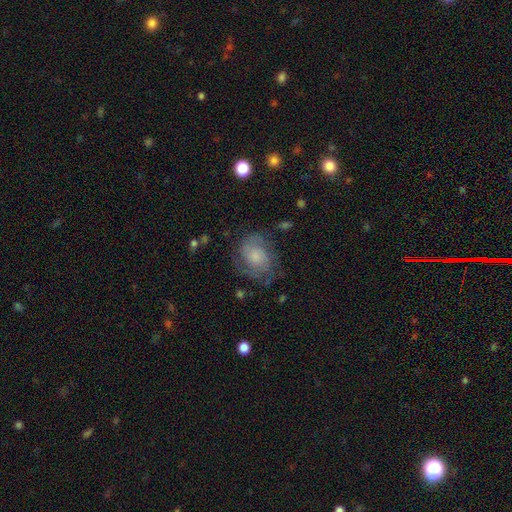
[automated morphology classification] This is likely a featured or disk galaxy (61%). It is clearly not viewed edge-on (97%). Bar: likely no (73%). Spiral arm pattern: clearly yes (87%). Spiral arm count: likely 2 (62%). Spiral winding: marginally medium (43%). Central bulge: marginally small (33%). Merging: likely none (64%).